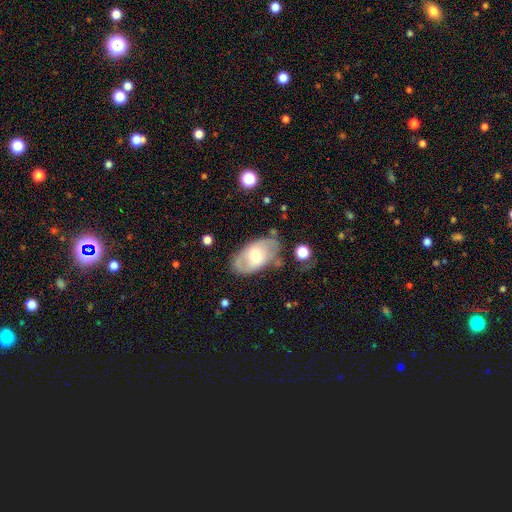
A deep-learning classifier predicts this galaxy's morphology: This is possibly a smooth galaxy (49%). Merging: likely none (65%).